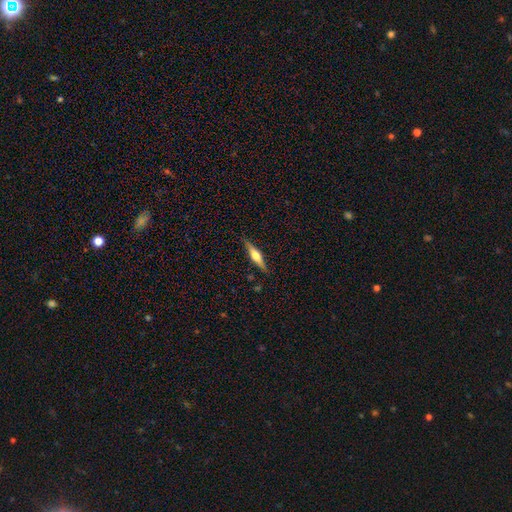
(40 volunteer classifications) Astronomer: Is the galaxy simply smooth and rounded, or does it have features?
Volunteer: featured or disk — 72%.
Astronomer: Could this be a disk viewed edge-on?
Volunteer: yes — 100%.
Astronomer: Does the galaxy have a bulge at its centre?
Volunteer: rounded — 93%.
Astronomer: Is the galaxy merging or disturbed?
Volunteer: none — 89%.